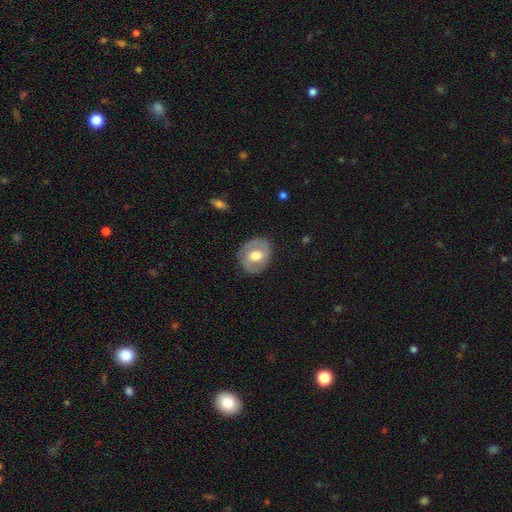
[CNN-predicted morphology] A featured or disk galaxy (60%) with no bar (50%), spiral arms (66%) and a moderate central bulge (58%).

Vote fractions:
- Smooth or featured? featured or disk: 60% / smooth: 34% / star or artifact: 6%
- Edge-on disk? no: 96% / yes: 4%
- Bar? no: 50% / weak: 38% / strong: 12%
- Spiral arms? yes: 66% / no: 34%
- Bulge size? moderate: 58% / large: 33% / small: 5% / dominant: 2% / none: 1%
- Merging? none: 82% / minor disturbance: 12% / major disturbance: 4% / merger: 1%